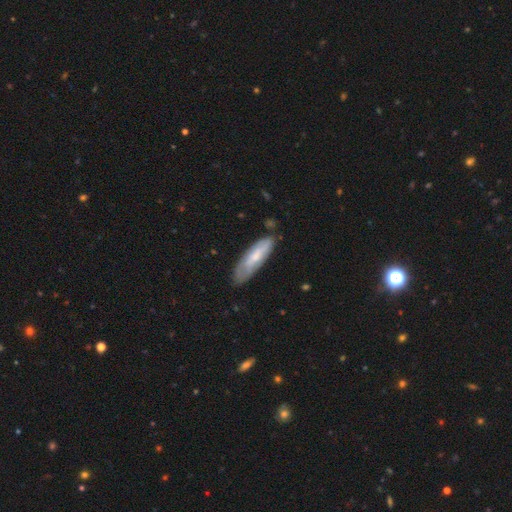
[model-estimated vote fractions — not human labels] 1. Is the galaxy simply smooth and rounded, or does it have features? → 57% smooth, 37% featured or disk, 6% star or artifact.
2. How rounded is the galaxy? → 56% cigar-shaped, 42% in between, 1% round.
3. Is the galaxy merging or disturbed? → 67% none, 24% minor disturbance, 6% major disturbance, 3% merger.